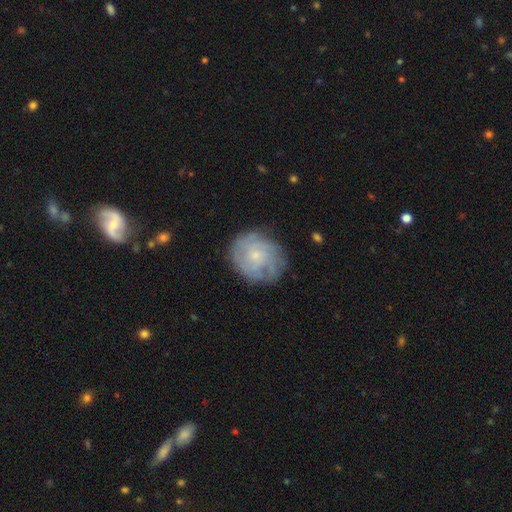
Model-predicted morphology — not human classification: type=featured or disk (61%); edge-on=no (97%); bar=no (79%); spiral arms=yes (80%); bulge=small (64%); merging=none (73%).